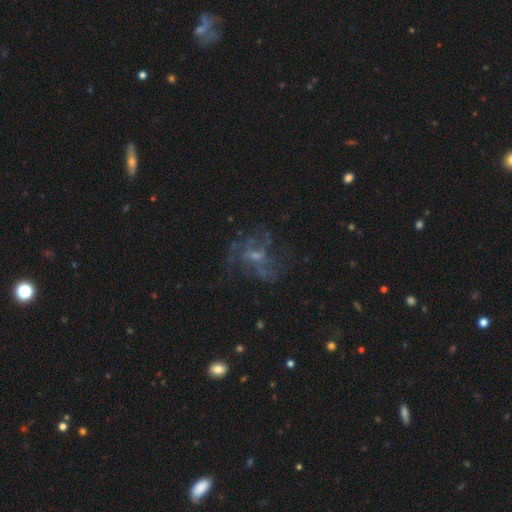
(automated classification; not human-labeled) This is likely a featured or disk galaxy (67%). It is clearly not viewed edge-on (96%). Bar: possibly no (51%). Spiral arm pattern: likely yes (66%). Central bulge: possibly small (51%). Merging: possibly none (55%).